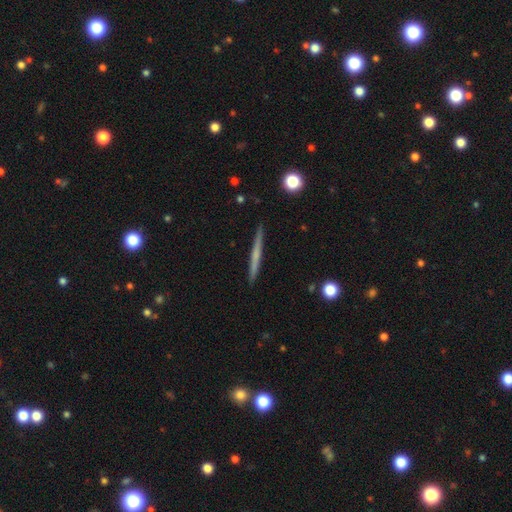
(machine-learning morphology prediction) A featured or disk galaxy (50%) viewed edge-on (98%).

Vote fractions:
- Smooth or featured? featured or disk: 50% / smooth: 44% / star or artifact: 6%
- Edge-on disk? yes: 98% / no: 2%
- Merging? none: 92% / minor disturbance: 5% / major disturbance: 1% / merger: 1%